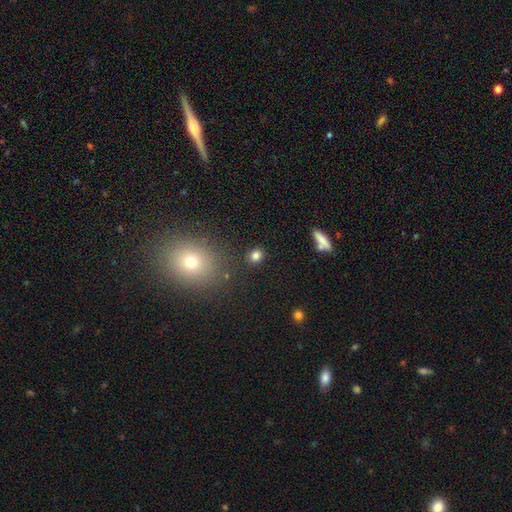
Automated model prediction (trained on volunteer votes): A smooth galaxy with no disk features (81%) that is round (69%). Merging: none (85%).